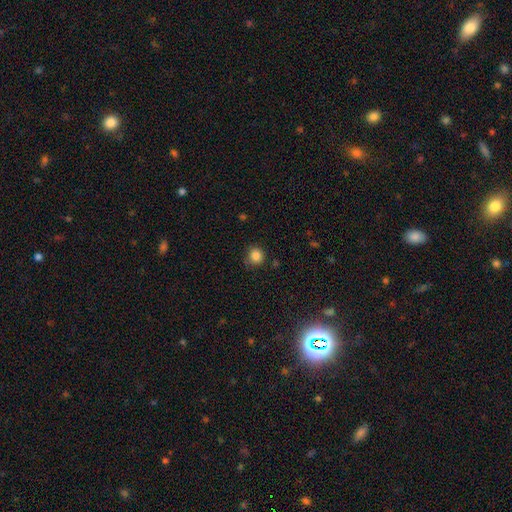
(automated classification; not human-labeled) Q: Smooth or featured?
A: smooth (85%); runner-up: star or artifact (11%)
Q: How rounded?
A: round (90%); runner-up: in between (9%)
Q: Merging?
A: none (80%); runner-up: minor disturbance (14%)